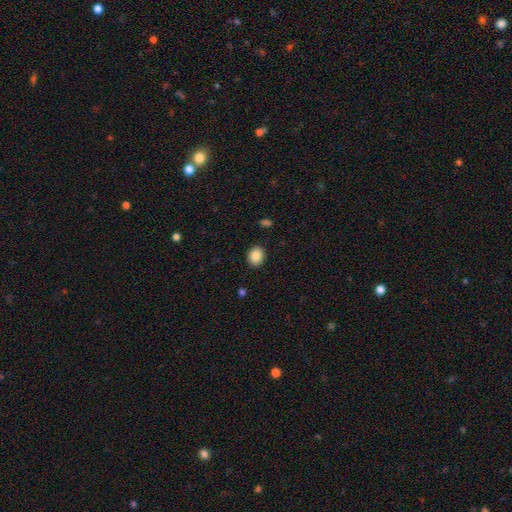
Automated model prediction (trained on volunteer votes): Smooth or featured? smooth (86%)
How rounded? round (57%)
Merging? none (90%)